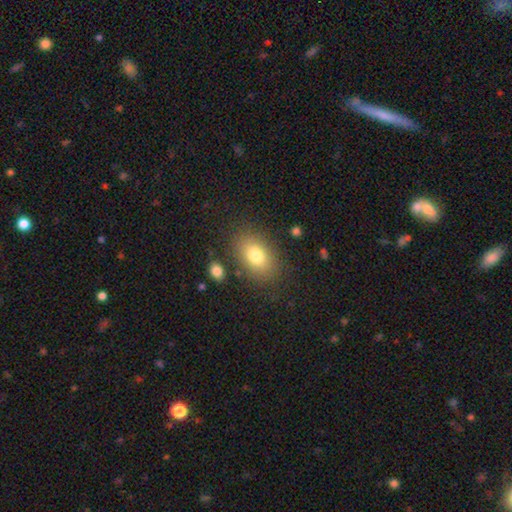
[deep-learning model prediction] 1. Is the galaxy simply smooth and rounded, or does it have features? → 78% smooth, 12% featured or disk, 10% star or artifact.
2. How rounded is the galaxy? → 80% in between, 18% round, 1% cigar-shaped.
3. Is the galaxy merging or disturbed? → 82% none, 11% minor disturbance, 4% major disturbance, 3% merger.